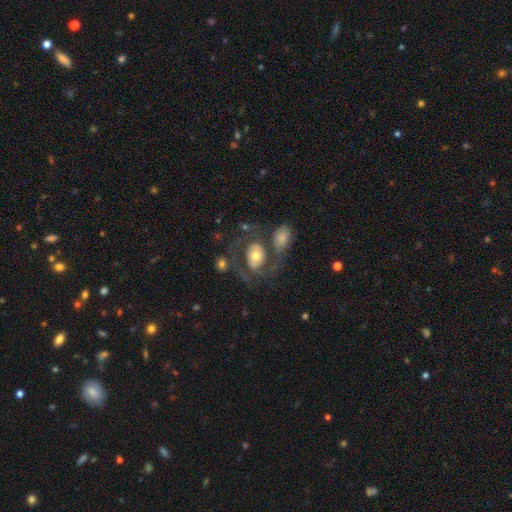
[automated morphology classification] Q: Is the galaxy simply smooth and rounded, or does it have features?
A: featured or disk — 56%.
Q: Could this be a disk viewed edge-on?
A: no — 95%.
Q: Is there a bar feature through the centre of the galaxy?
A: no — 75%.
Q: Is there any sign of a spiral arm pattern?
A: yes — 55%.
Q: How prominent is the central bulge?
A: moderate — 63%.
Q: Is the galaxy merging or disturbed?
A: none — 45%.